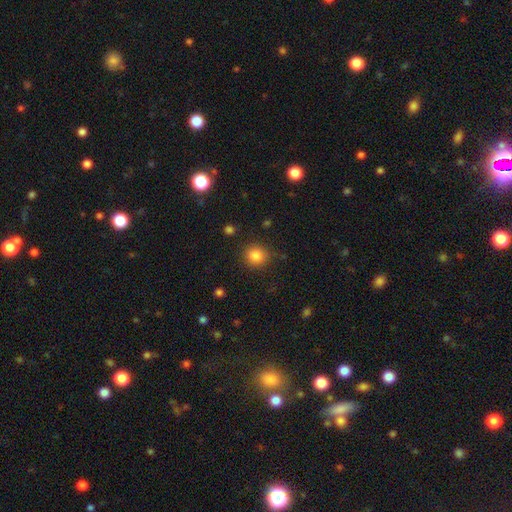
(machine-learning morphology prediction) This is clearly a smooth galaxy (84%). How rounded: clearly round (88%). Merging: clearly none (86%).